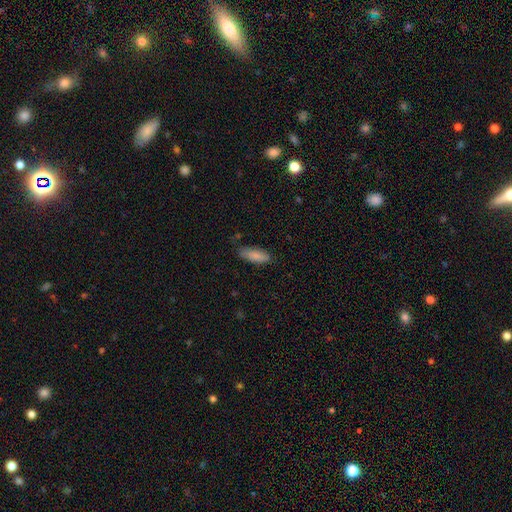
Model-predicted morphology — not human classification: Overall: smooth (85%). How rounded: in between (64%; cigar-shaped 35%). Merging: none (79%).